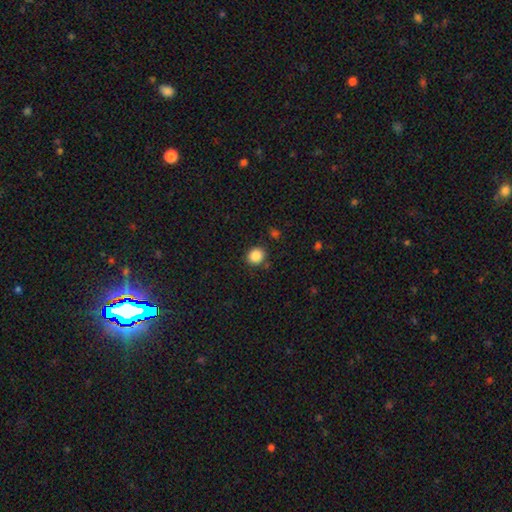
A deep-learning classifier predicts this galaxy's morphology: Smooth or featured?
  - smooth: 87% *
  - star or artifact: 10%
  - featured or disk: 4%
How rounded?
  - round: 83% *
  - in between: 16%
  - cigar-shaped: 1%
Merging?
  - none: 84% *
  - minor disturbance: 10%
  - merger: 3%
  - major disturbance: 3%